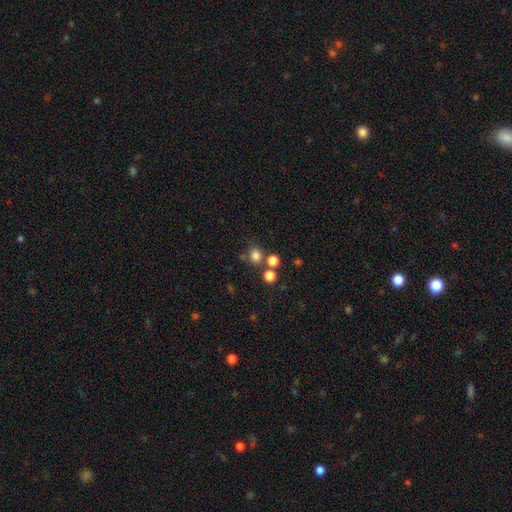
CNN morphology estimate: Overall: smooth (77%). How rounded: round (68%; in between 31%). Merging: none (63%).